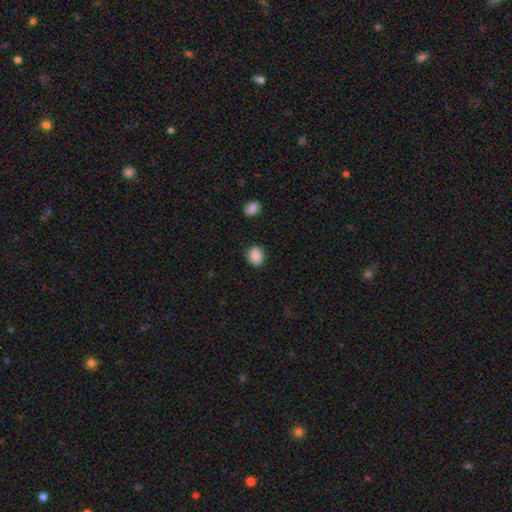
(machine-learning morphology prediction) A smooth galaxy with no disk features (88%) that is round (60%). Merging: none (84%).